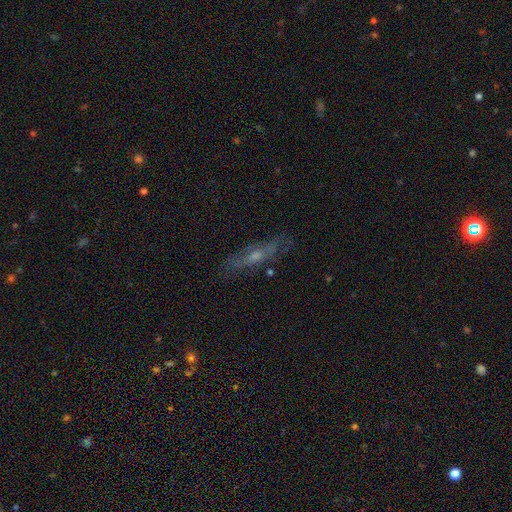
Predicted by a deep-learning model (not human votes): smooth-or-featured: featured or disk: 61% | smooth: 27% | star or artifact: 12%
  disk-edge-on: yes: 59% | no: 41%
  merging: none: 76% | minor disturbance: 16% | major disturbance: 6% | merger: 2%